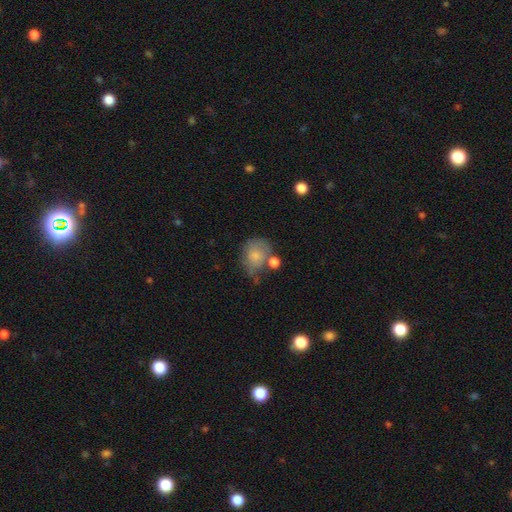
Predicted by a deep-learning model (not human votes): Overall: smooth (73%). How rounded: round (60%; in between 39%). Merging: none (43%; minor disturbance 25%).